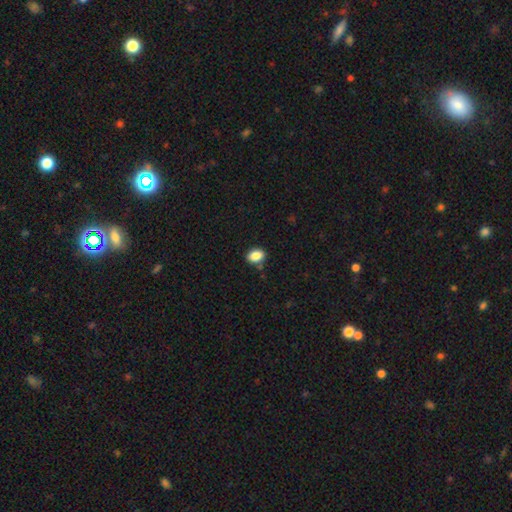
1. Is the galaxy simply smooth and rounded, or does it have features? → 92% smooth, 8% featured or disk, 0% star or artifact.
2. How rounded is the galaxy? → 78% in between, 22% round, 0% cigar-shaped.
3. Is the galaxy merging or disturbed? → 77% none, 10% minor disturbance, 8% merger, 5% major disturbance.